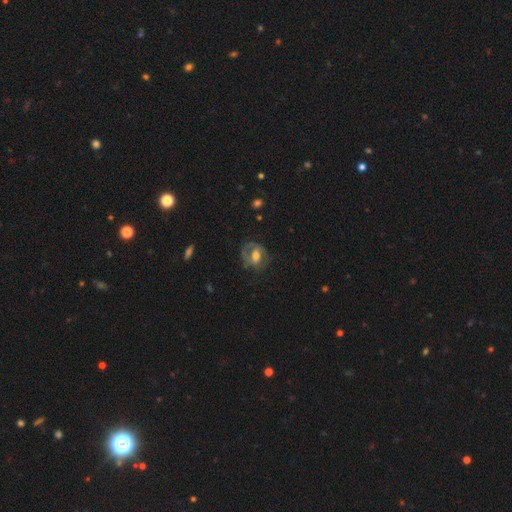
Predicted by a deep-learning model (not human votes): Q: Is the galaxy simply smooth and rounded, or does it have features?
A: featured or disk — 53%.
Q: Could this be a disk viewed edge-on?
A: no — 95%.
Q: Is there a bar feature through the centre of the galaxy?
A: no — 47%.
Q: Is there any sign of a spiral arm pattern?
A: no — 50%, tied with yes.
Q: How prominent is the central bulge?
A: moderate — 61%.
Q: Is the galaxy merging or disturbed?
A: none — 51%.